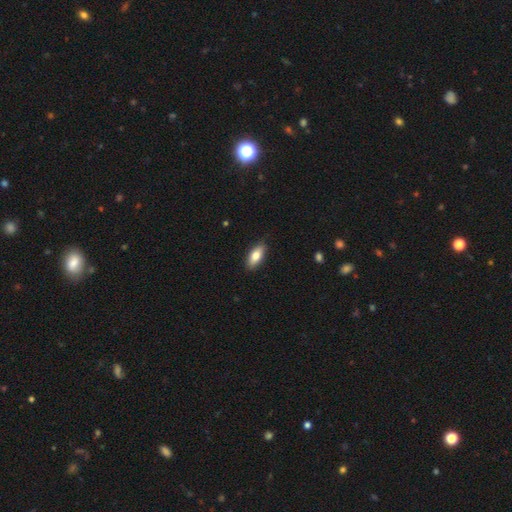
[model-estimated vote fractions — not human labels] Overall: smooth (79%). How rounded: in between (82%). Merging: none (86%).